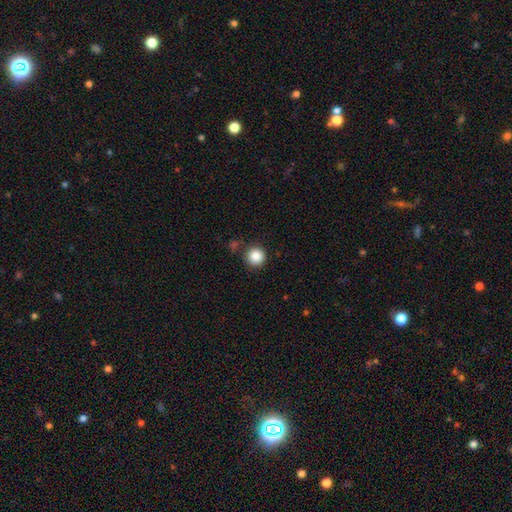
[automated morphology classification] smooth-or-featured: smooth: 86% | star or artifact: 10% | featured or disk: 4%
  how-rounded: round: 96% | in between: 3% | cigar-shaped: 1%
  merging: none: 86% | minor disturbance: 8% | merger: 4% | major disturbance: 2%